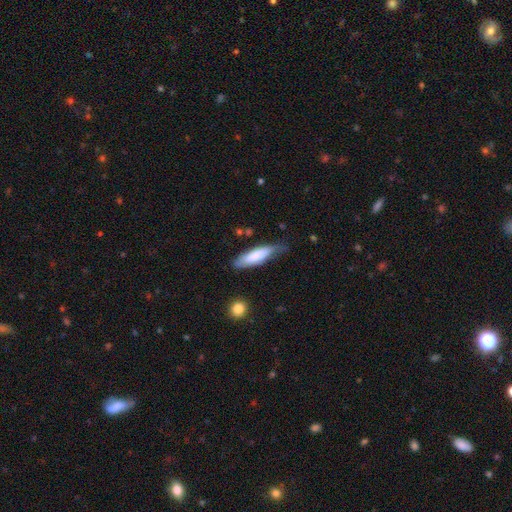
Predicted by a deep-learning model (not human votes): Smooth or featured: smooth — 74% (featured or disk — 20%)
How rounded: cigar-shaped — 54% (in between — 44%)
Merging: none — 55% (minor disturbance — 33%)